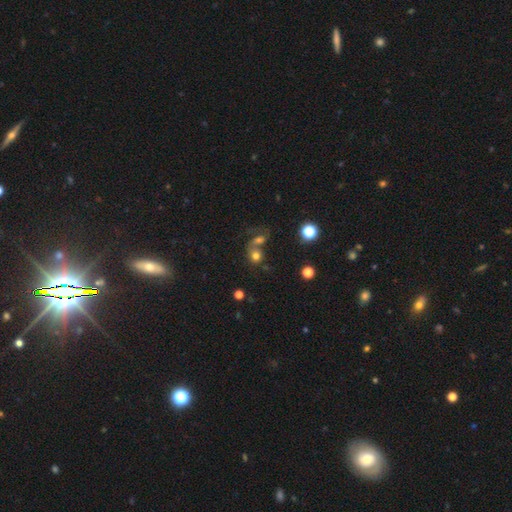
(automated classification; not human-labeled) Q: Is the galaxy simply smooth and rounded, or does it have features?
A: smooth — 67%.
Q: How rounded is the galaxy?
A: round — 73%.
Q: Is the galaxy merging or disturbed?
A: merger — 57%.